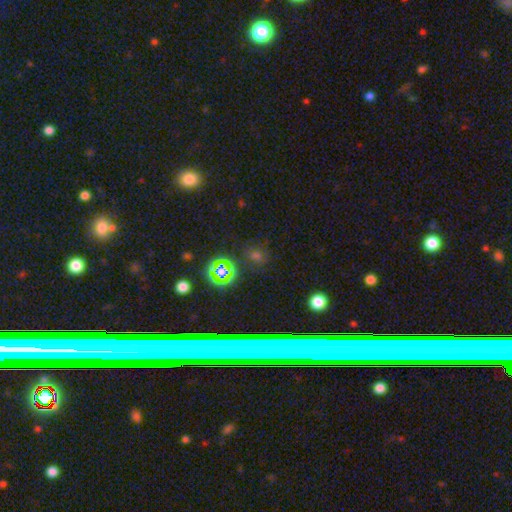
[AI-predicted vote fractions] The model was most divided on "smooth or featured": star or artifact: 51%, smooth: 37%, featured or disk: 11%.